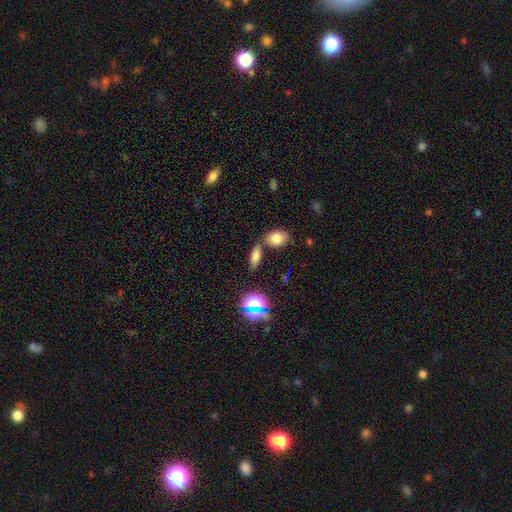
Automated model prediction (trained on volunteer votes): The model was most divided on "merging": none: 64%, merger: 21%, minor disturbance: 11%, major disturbance: 4%. More confident: how rounded — in between (72%); smooth or featured — smooth (71%).